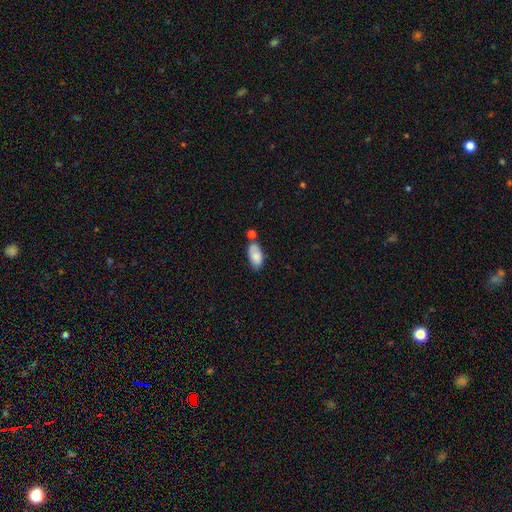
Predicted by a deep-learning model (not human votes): smooth-or-featured: smooth: 79% | featured or disk: 14% | star or artifact: 7%
  how-rounded: in between: 93% | cigar-shaped: 4% | round: 3%
  merging: none: 53% | minor disturbance: 23% | merger: 17% | major disturbance: 6%